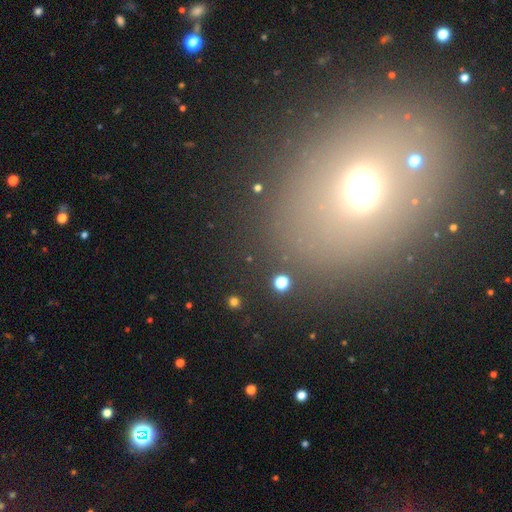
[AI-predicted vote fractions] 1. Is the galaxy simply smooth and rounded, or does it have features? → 48% smooth, 37% star or artifact, 15% featured or disk.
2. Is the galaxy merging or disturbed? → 83% none, 8% minor disturbance, 5% major disturbance, 4% merger.